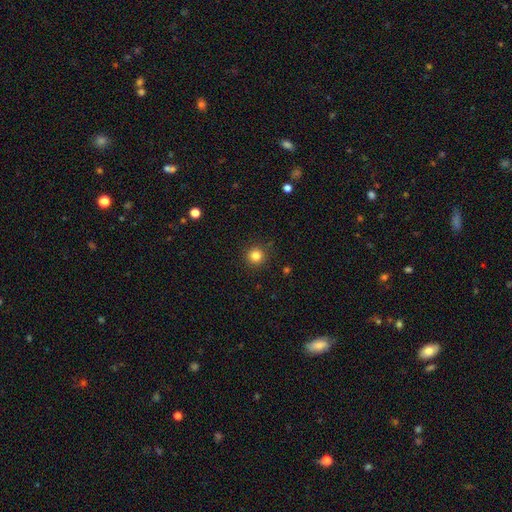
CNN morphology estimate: Smooth or featured: smooth — 83% (star or artifact — 12%)
How rounded: round — 95% (in between — 4%)
Merging: none — 90% (minor disturbance — 6%)